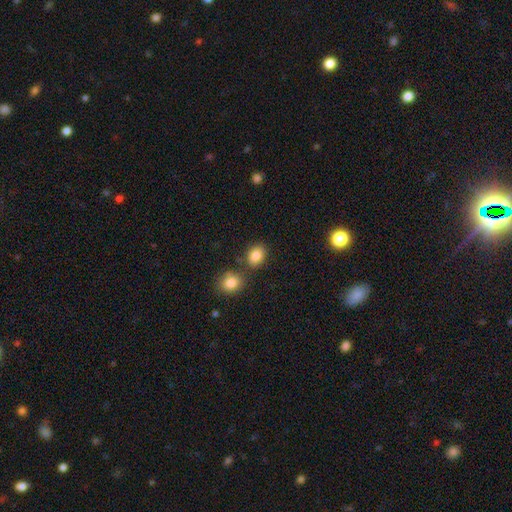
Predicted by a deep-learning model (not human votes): This appears to be a smooth galaxy with no disk features (85%) that is in between round and cigar-shaped (56%). Merging: none (71%).